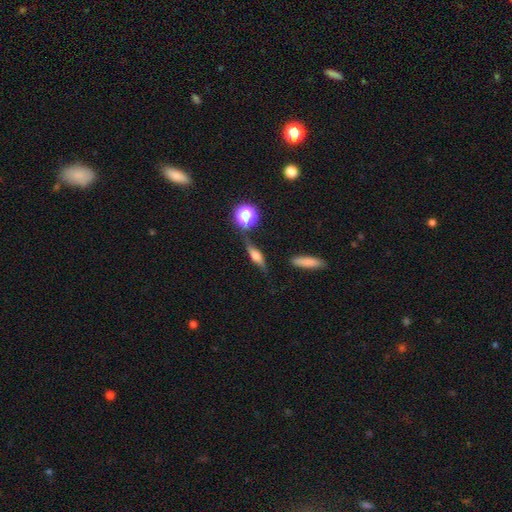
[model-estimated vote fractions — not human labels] A featured or disk galaxy (50%) viewed edge-on (85%). Merging: none (72%).